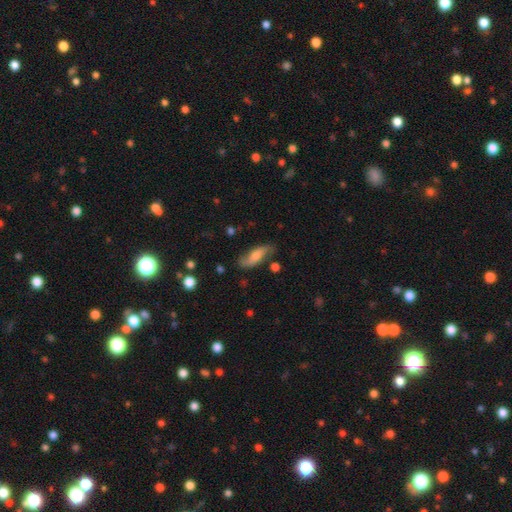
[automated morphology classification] Q: Smooth or featured?
A: smooth (47%); runner-up: featured or disk (45%)
Q: Merging?
A: none (71%); runner-up: minor disturbance (20%)